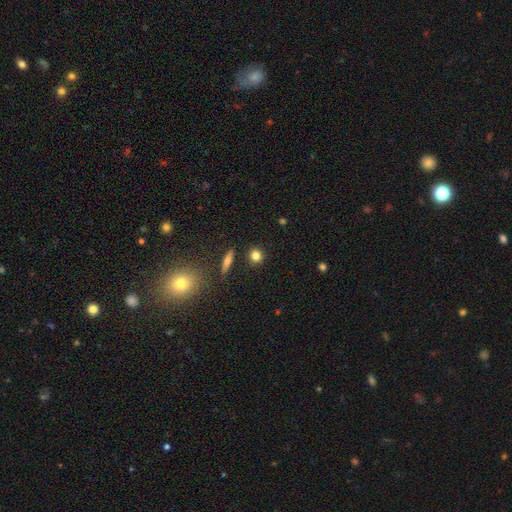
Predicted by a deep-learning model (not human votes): Smooth or featured?
  - smooth: 80% *
  - star or artifact: 12%
  - featured or disk: 8%
How rounded?
  - round: 84% *
  - in between: 13%
  - cigar-shaped: 3%
Merging?
  - none: 87% *
  - minor disturbance: 8%
  - merger: 3%
  - major disturbance: 2%